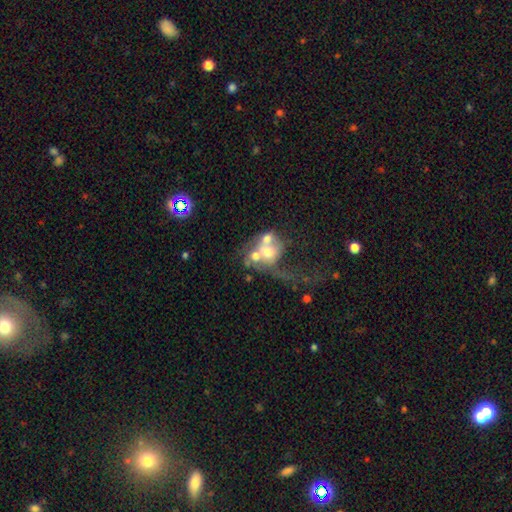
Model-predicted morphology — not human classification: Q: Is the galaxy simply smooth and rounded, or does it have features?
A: featured or disk — 48%.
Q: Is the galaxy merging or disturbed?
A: merger — 63%.